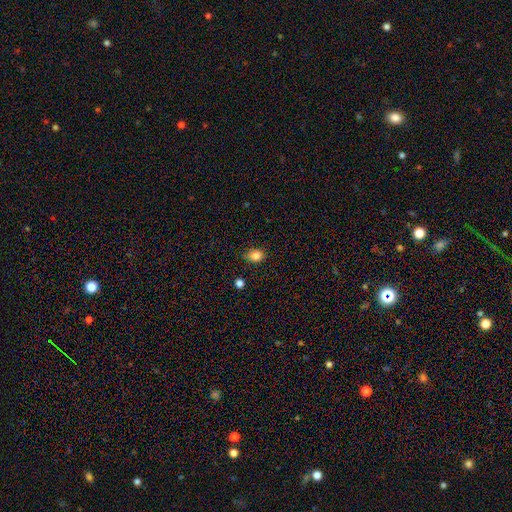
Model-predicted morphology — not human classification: This is clearly a smooth galaxy (84%). How rounded: possibly in between (51%). Merging: likely none (77%).